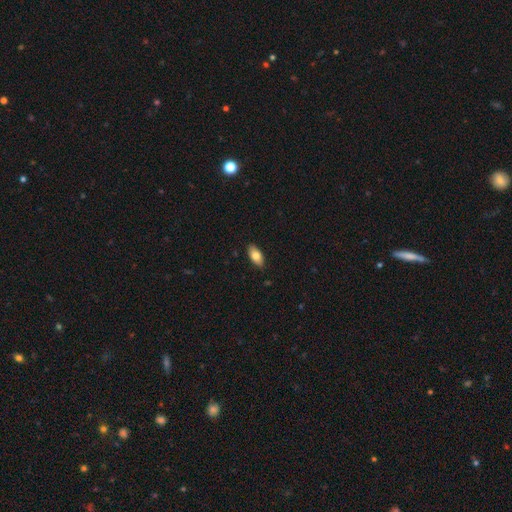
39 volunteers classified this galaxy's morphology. Smooth or featured?
  - smooth: 87% *
  - star or artifact: 8%
  - featured or disk: 5%
How rounded?
  - in between: 94% *
  - round: 3%
  - cigar-shaped: 3%
Merging?
  - none: 86% *
  - minor disturbance: 14%
  - major disturbance: 0%
  - merger: 0%